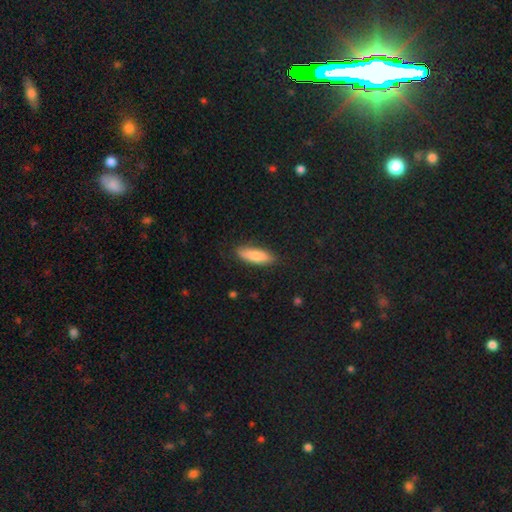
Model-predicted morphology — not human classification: The model was most divided on "how rounded": cigar-shaped: 51%, in between: 48%, round: 2%. More confident: merging — none (86%); smooth or featured — smooth (81%).